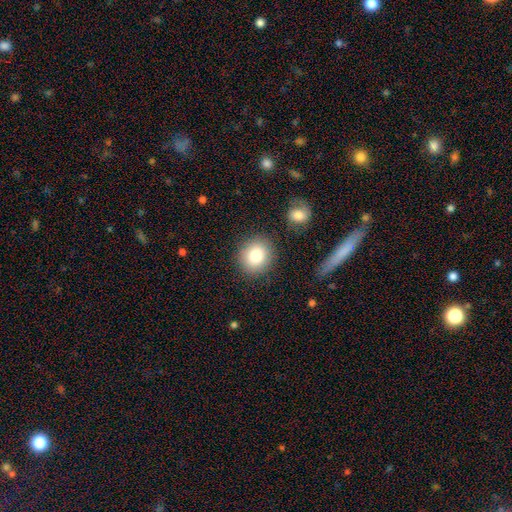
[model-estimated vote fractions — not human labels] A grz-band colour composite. It shows a smooth galaxy with no disk features (82%) that is round (74%). Merging: none (86%).